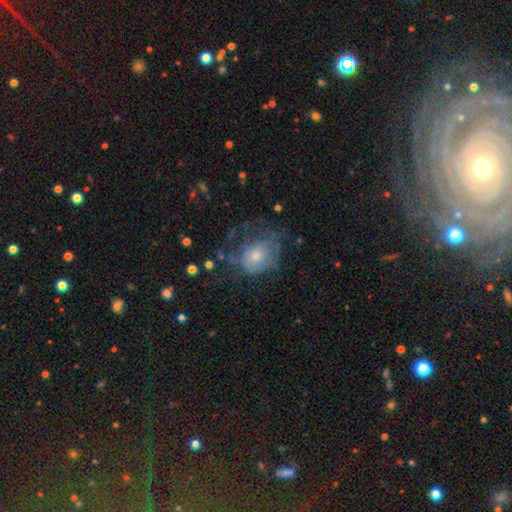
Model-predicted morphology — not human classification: Smooth or featured? Predicted: featured or disk (p=0.44, tied with smooth). Merging? Predicted: none (p=0.39).